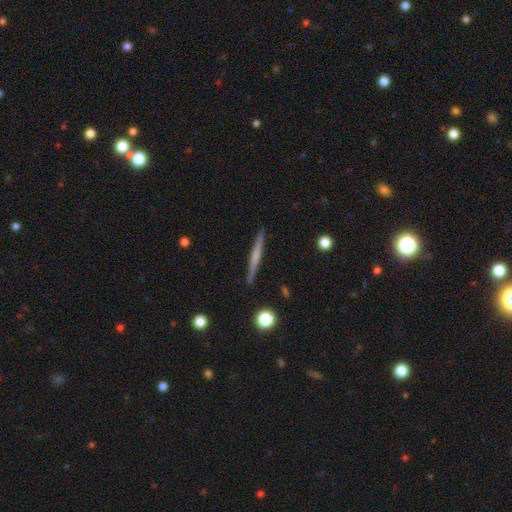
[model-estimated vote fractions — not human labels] Overall: featured or disk (49%; smooth 45%). Merging: none (91%).